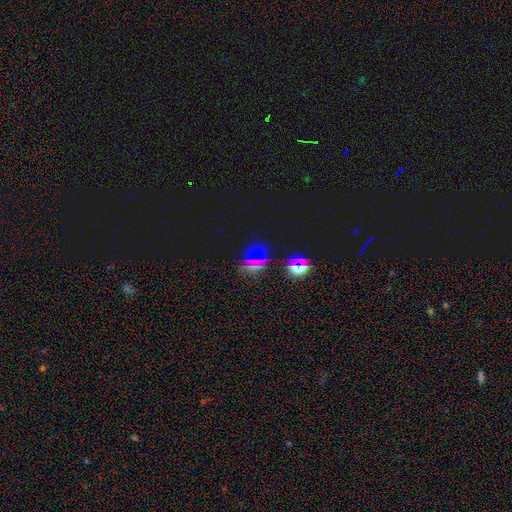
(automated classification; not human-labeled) The model was most divided on "smooth or featured": star or artifact: 54%, smooth: 38%, featured or disk: 8%.